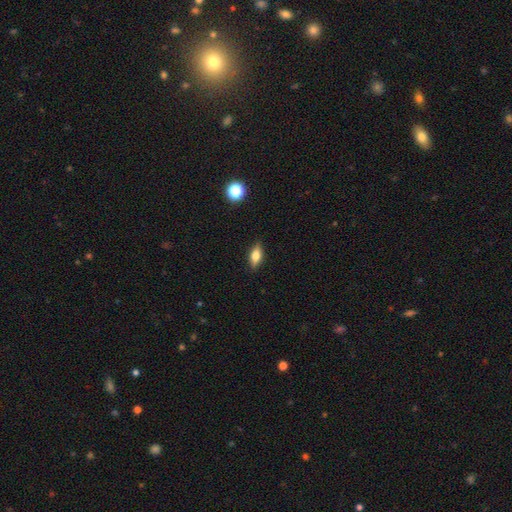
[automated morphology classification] A smooth galaxy with no disk features (56%) that is in between round and cigar-shaped (71%).

Vote fractions:
- Smooth or featured? smooth: 56% / featured or disk: 35% / star or artifact: 9%
- How rounded? in between: 71% / cigar-shaped: 24% / round: 5%
- Merging? none: 86% / minor disturbance: 11% / major disturbance: 2% / merger: 1%